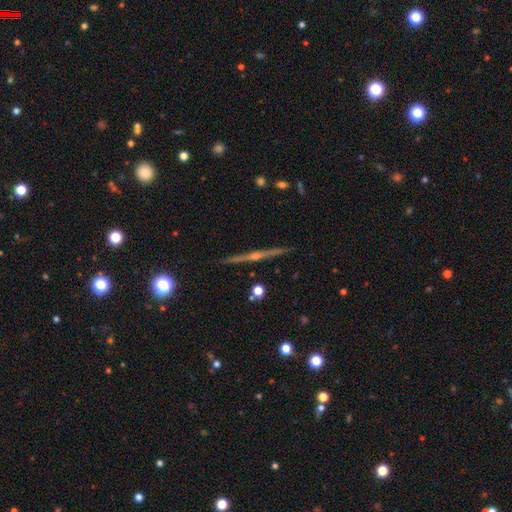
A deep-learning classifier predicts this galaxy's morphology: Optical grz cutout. It shows a featured or disk galaxy (84%) viewed edge-on (99%) with a rounded central bulge (85%). Merging: none (93%).